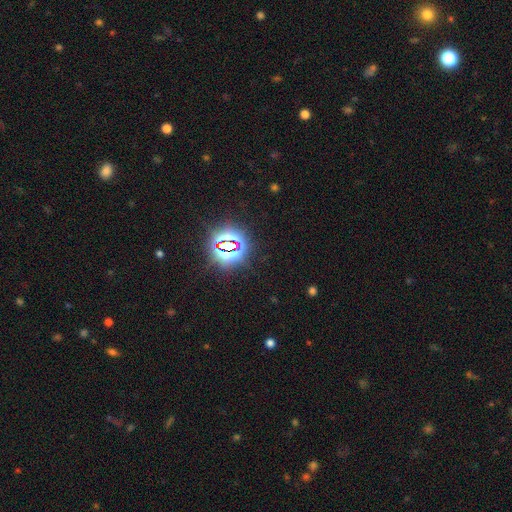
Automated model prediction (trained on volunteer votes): Smooth or featured? Predicted: star or artifact (p=0.78).